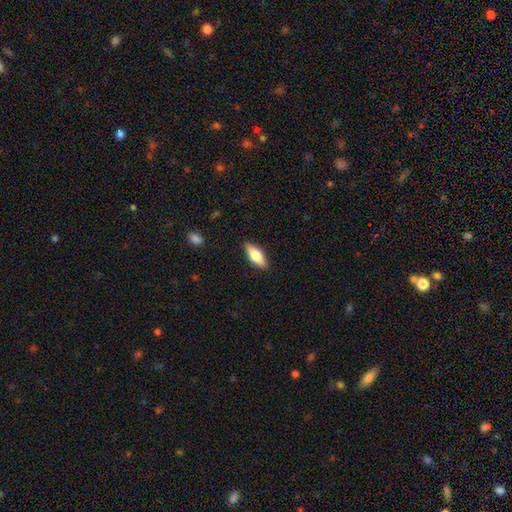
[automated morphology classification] A smooth galaxy with no disk features (62%) that is in between round and cigar-shaped (67%).

Vote fractions:
- Smooth or featured? smooth: 62% / featured or disk: 32% / star or artifact: 6%
- How rounded? in between: 67% / cigar-shaped: 31% / round: 3%
- Merging? none: 88% / minor disturbance: 9% / major disturbance: 2% / merger: 1%